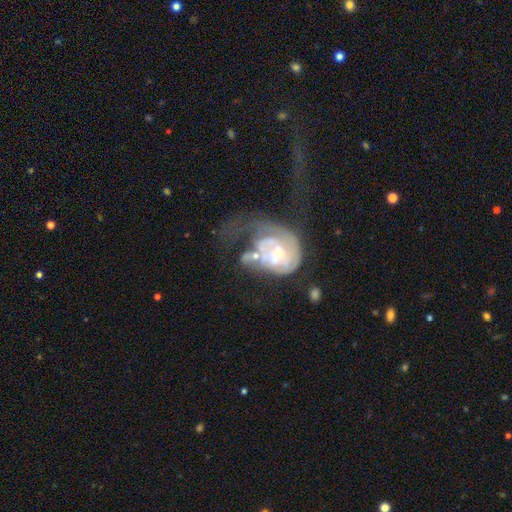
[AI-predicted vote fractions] This appears to be a featured or disk galaxy (73%) with no bar (74%), spiral arms (63%) and a small central bulge (57%). Merging: major disturbance (46%).